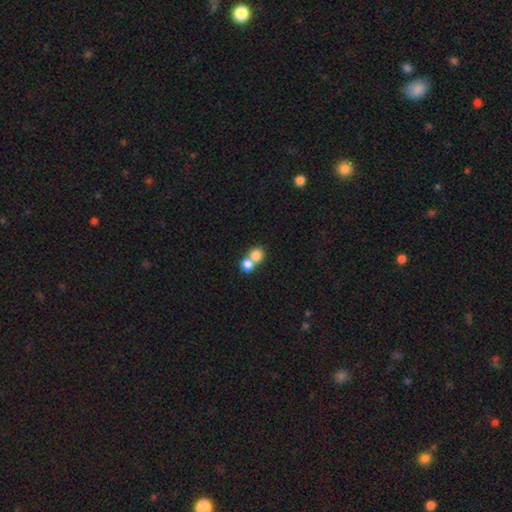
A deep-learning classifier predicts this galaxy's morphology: This appears to be a smooth galaxy with no disk features (80%) that is round (82%). Merging: merger (61%).